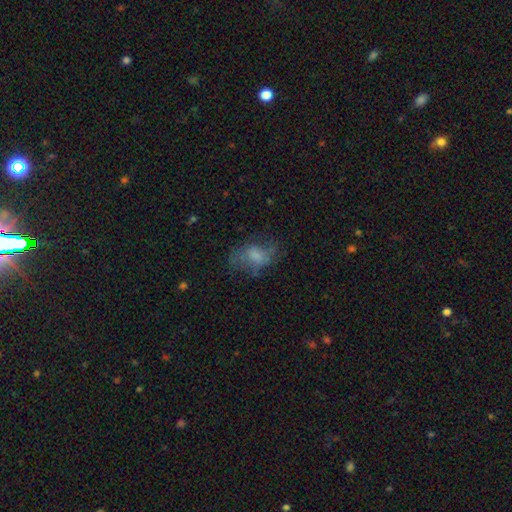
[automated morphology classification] Q: Smooth or featured?
A: smooth (54%); runner-up: featured or disk (33%)
Q: How rounded?
A: in between (78%); runner-up: round (19%)
Q: Merging?
A: none (48%); runner-up: major disturbance (26%)